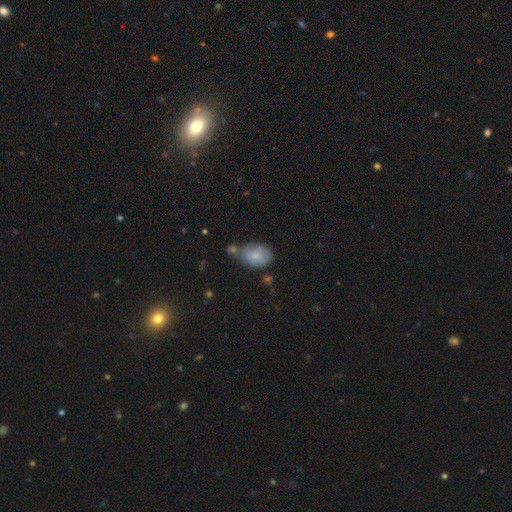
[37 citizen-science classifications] smooth-or-featured: smooth: 81% | featured or disk: 14% | star or artifact: 5%
  how-rounded: in between: 70% | round: 30% | cigar-shaped: 0%
  merging: none: 46% | minor disturbance: 37% | merger: 17% | major disturbance: 0%